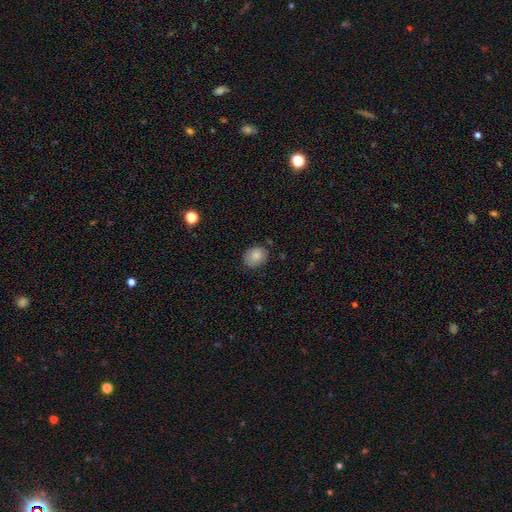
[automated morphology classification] smooth-or-featured: smooth: 85% | star or artifact: 8% | featured or disk: 7%
  how-rounded: round: 56% | in between: 44% | cigar-shaped: 1%
  merging: none: 79% | minor disturbance: 16% | major disturbance: 3% | merger: 2%